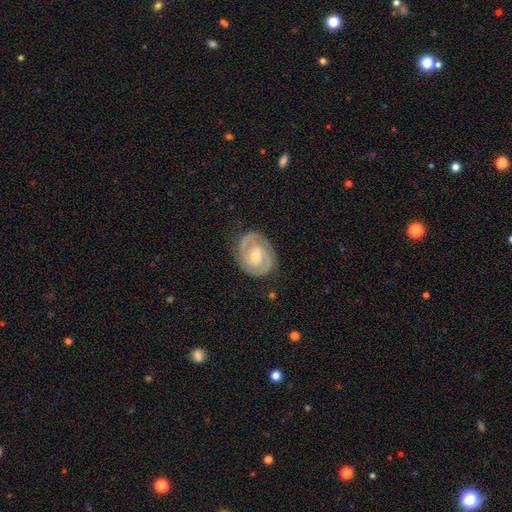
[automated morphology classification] smooth_or_featured: featured or disk (p=0.90) [alt: smooth p=0.06]
disk_edge_on: no (p=0.98) [alt: yes p=0.02]
bar: weak (p=0.44) [alt: no p=0.40]
has_spiral_arms: yes (p=0.98) [alt: no p=0.02]
spiral_winding: tight (p=0.67) [alt: medium p=0.29]
spiral_arm_count: 2 (p=0.89) [alt: can't tell p=0.04]
bulge_size: small (p=0.53) [alt: moderate p=0.41]
merging: none (p=0.84) [alt: minor disturbance p=0.12]